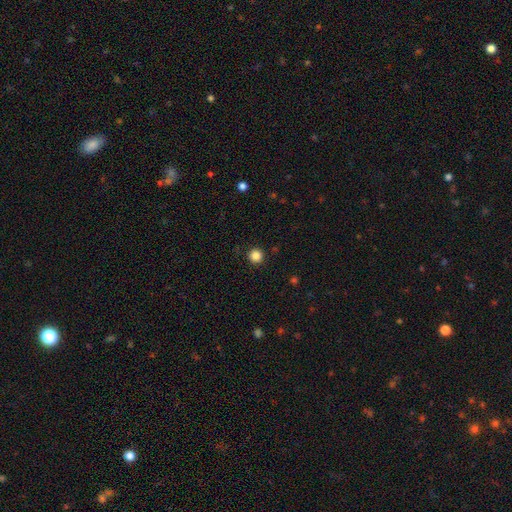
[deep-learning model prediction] Smooth or featured?
  - smooth: 85% *
  - star or artifact: 12%
  - featured or disk: 3%
How rounded?
  - round: 96% *
  - in between: 3%
  - cigar-shaped: 1%
Merging?
  - none: 92% *
  - minor disturbance: 5%
  - major disturbance: 2%
  - merger: 1%